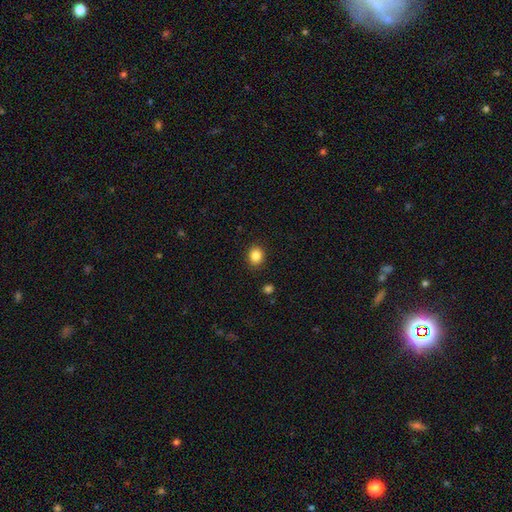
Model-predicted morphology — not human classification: Smooth or featured? smooth (86%)
How rounded? round (63%)
Merging? none (89%)